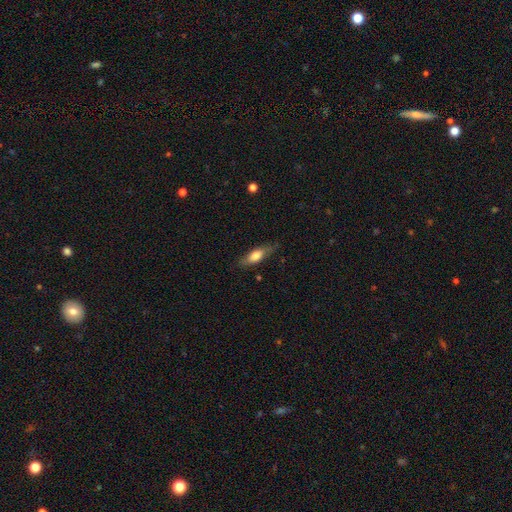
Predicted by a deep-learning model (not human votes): This is likely a smooth galaxy (65%). How rounded: possibly in between (56%). Merging: likely none (74%).